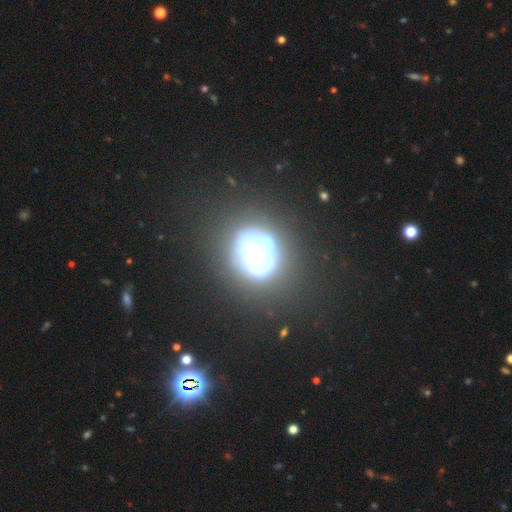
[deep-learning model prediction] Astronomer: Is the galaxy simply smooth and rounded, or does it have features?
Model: featured or disk — 56%.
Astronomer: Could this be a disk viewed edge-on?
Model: no — 94%.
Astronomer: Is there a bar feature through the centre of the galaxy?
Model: no — 81%.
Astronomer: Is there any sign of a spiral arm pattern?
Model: no — 69%.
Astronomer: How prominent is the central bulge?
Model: large — 41% (runner-up: dominant, 31%).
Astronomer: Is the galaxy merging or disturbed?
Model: none — 52%.